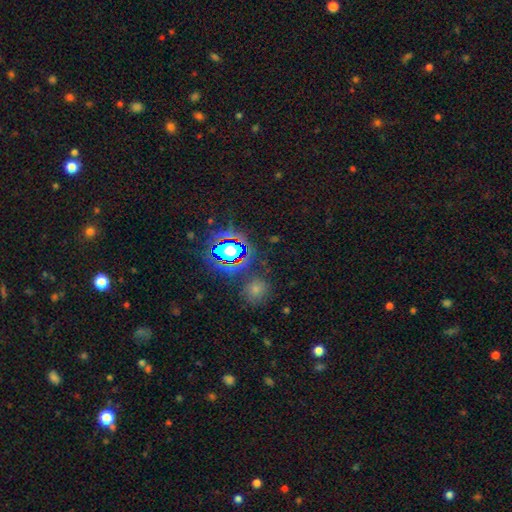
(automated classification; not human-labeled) smooth_or_featured: star or artifact (p=0.77) [alt: smooth p=0.15]